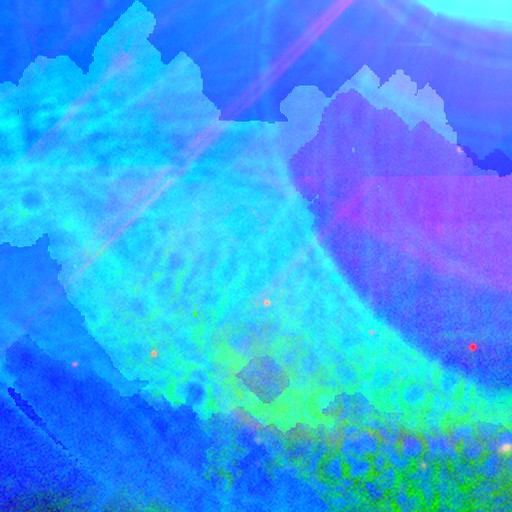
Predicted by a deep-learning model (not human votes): A star or artifact, not a galaxy (82%).